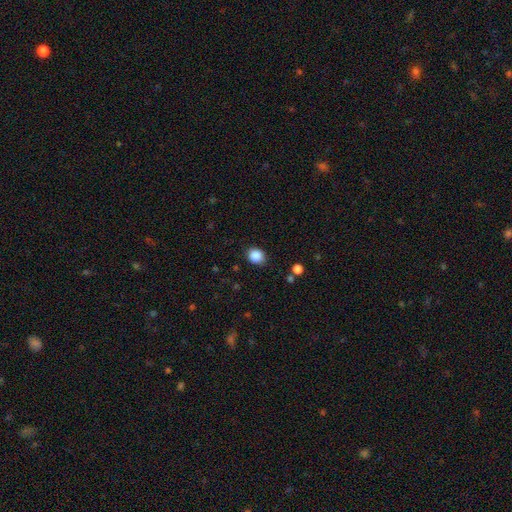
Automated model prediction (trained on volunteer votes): Morphology: type=smooth (87%); roundness=round (65%); merging=none (86%).